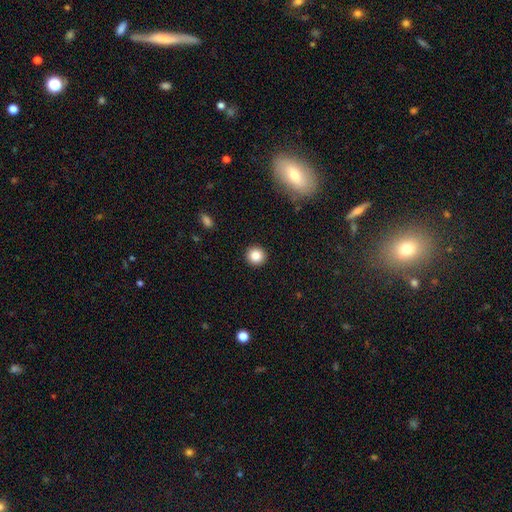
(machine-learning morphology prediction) Smooth or featured? Predicted: smooth (p=0.86). How rounded? Predicted: round (p=0.93). Merging? Predicted: none (p=0.92).